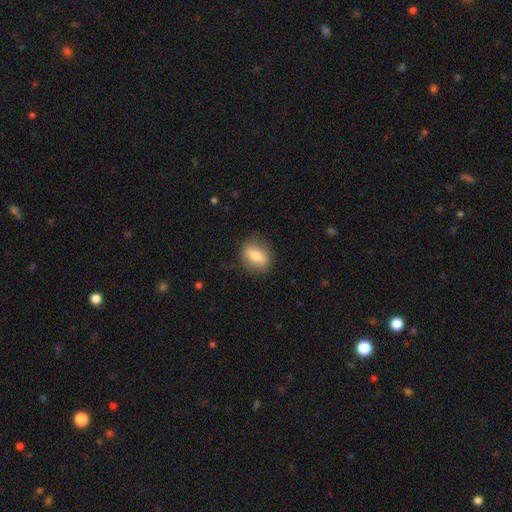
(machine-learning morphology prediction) A smooth galaxy with no disk features (70%) that is in between round and cigar-shaped (62%).

Vote fractions:
- Smooth or featured? smooth: 70% / featured or disk: 23% / star or artifact: 7%
- How rounded? in between: 62% / round: 33% / cigar-shaped: 5%
- Merging? none: 84% / minor disturbance: 11% / major disturbance: 3% / merger: 1%